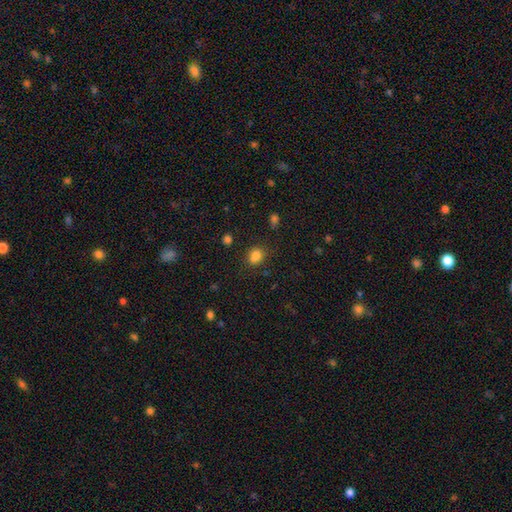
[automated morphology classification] This is clearly a smooth galaxy (80%). How rounded: possibly round (58%). Merging: likely none (68%).